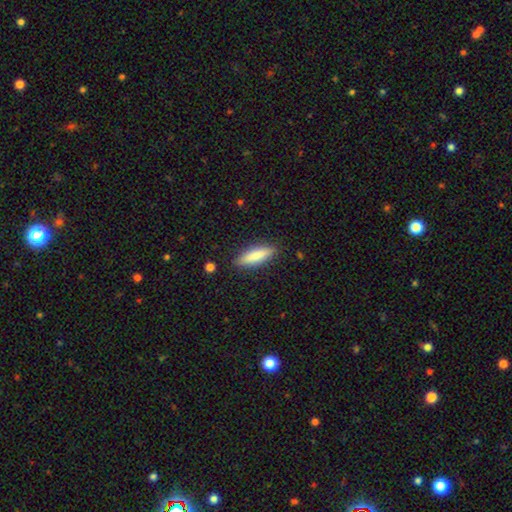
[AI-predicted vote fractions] A smooth galaxy with no disk features (78%) that is cigar-shaped (61%). Merging: none (87%).